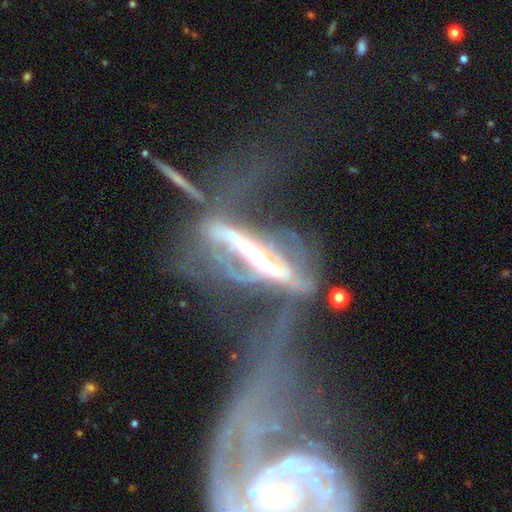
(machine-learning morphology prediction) This is likely a featured or disk galaxy (78%). It is possibly not viewed edge-on (52%). Merging: possibly major disturbance (50%).